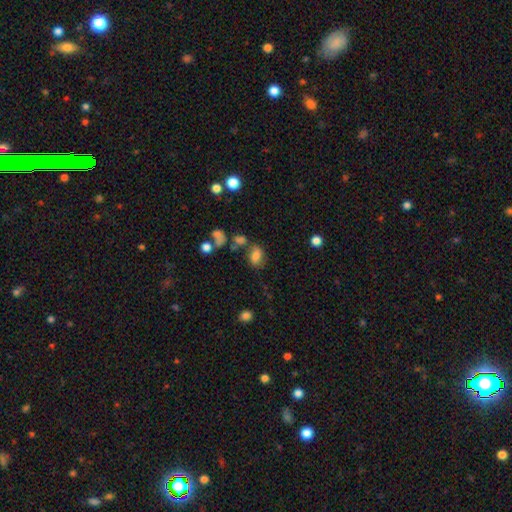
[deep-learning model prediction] Overall: smooth (74%). How rounded: in between (75%). Merging: none (52%; minor disturbance 19%).